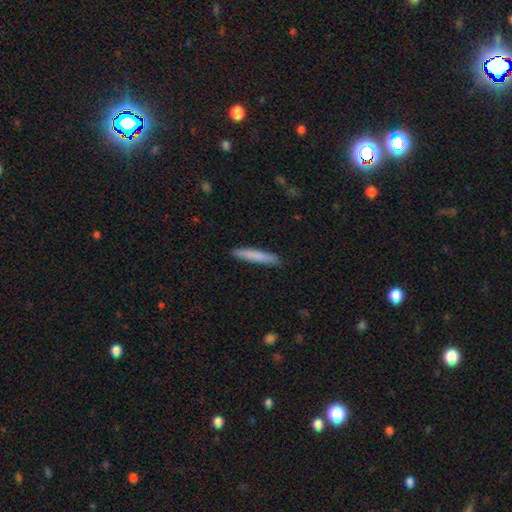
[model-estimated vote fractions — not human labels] smooth-or-featured: smooth: 80% | featured or disk: 15% | star or artifact: 5%
  how-rounded: cigar-shaped: 94% | in between: 5% | round: 1%
  merging: none: 90% | minor disturbance: 7% | major disturbance: 1% | merger: 1%